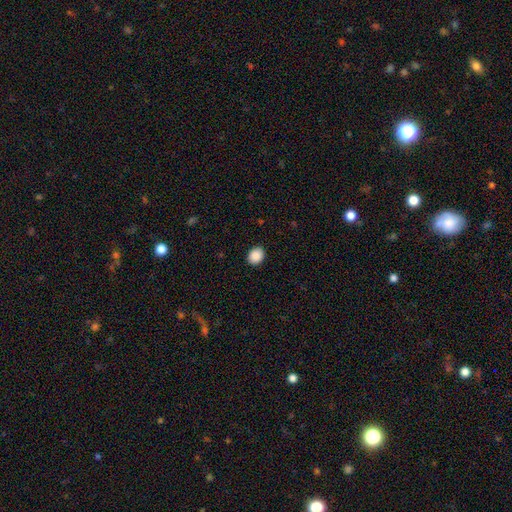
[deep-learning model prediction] This appears to be a smooth galaxy with no disk features (89%) that is round (56%). Merging: none (90%).